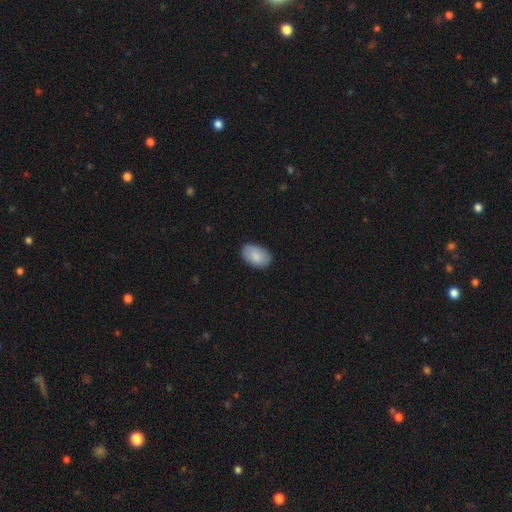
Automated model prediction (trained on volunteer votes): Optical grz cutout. It shows a smooth galaxy with no disk features (87%) that is in between round and cigar-shaped (92%). Merging: none (86%).